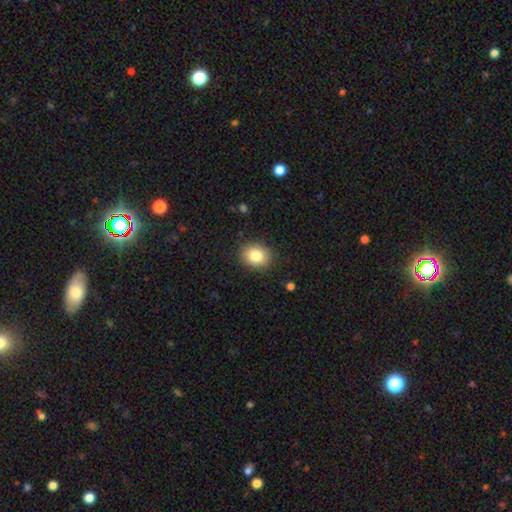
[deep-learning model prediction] Smooth or featured?
  - smooth: 83% *
  - star or artifact: 9%
  - featured or disk: 8%
How rounded?
  - round: 57% *
  - in between: 42%
  - cigar-shaped: 1%
Merging?
  - none: 88% *
  - minor disturbance: 9%
  - major disturbance: 2%
  - merger: 1%